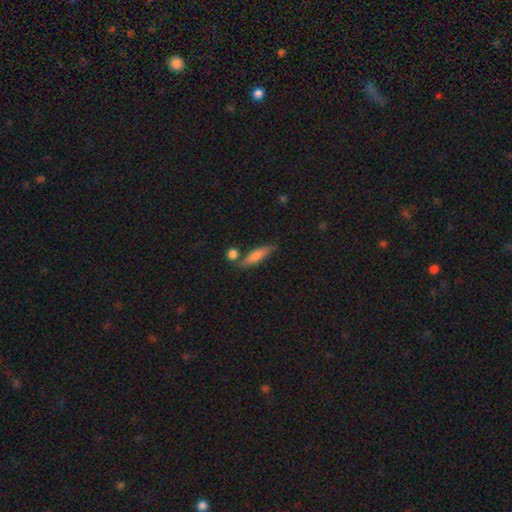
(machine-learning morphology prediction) type=smooth (67%); roundness=cigar-shaped (76%); merging=none (71%).